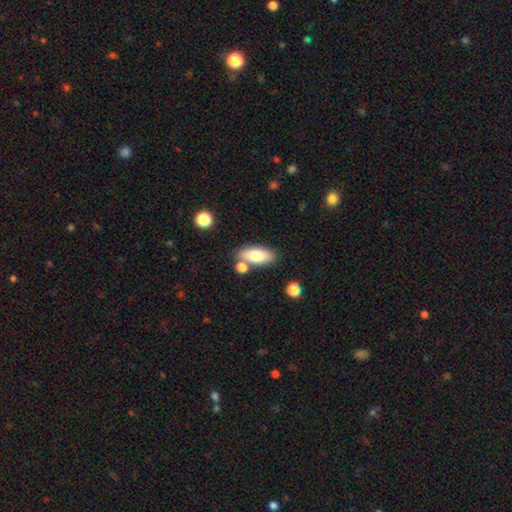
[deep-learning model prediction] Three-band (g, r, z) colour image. It shows a smooth galaxy with no disk features (74%) that is in between round and cigar-shaped (79%). Merging: none (72%).